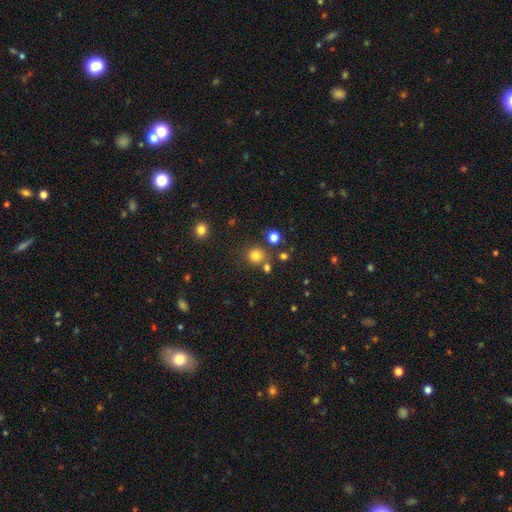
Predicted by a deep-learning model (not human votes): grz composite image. It shows a smooth galaxy with no disk features (79%) that is round (89%). Merging: none (75%).